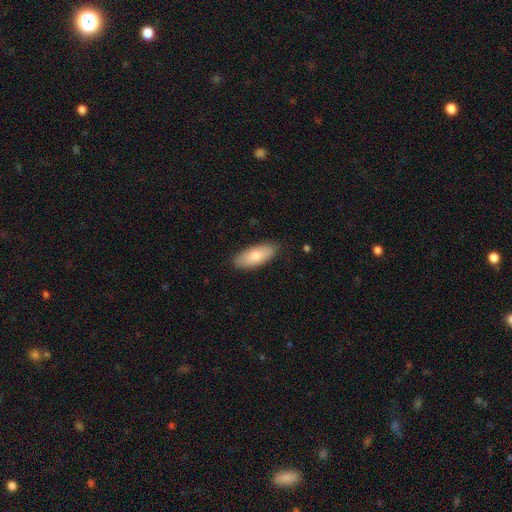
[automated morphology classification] Overall: smooth (80%). How rounded: in between (82%). Merging: none (86%).